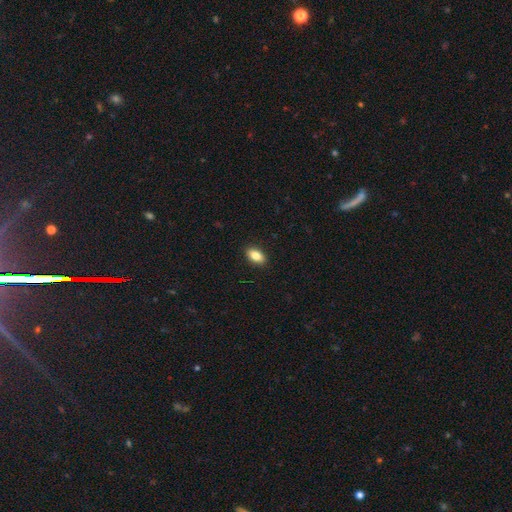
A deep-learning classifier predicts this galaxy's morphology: A smooth galaxy with no disk features (84%) that is in between round and cigar-shaped (90%).

Vote fractions:
- Smooth or featured? smooth: 84% / featured or disk: 8% / star or artifact: 8%
- How rounded? in between: 90% / round: 6% / cigar-shaped: 4%
- Merging? none: 90% / minor disturbance: 7% / major disturbance: 2% / merger: 1%